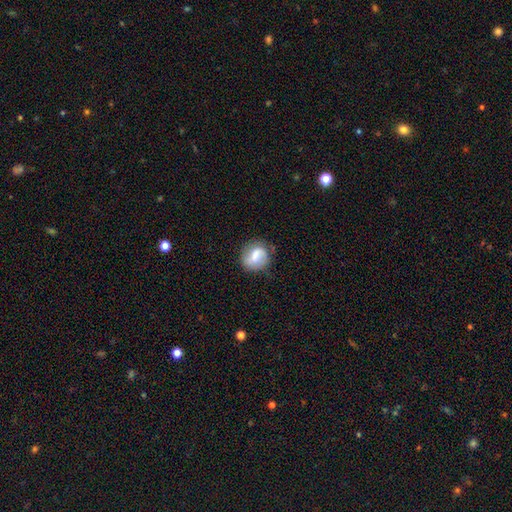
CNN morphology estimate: type=smooth (59%); roundness=round (71%); merging=none (71%).